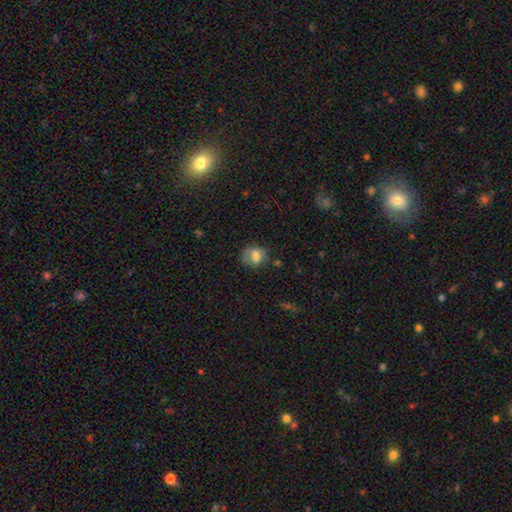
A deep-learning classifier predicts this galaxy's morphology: type=smooth (73%); roundness=round (62%); merging=none (57%).